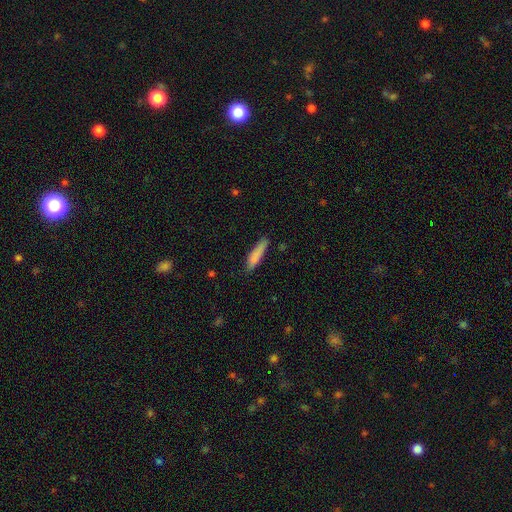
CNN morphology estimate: type=smooth (80%); roundness=cigar-shaped (80%); merging=none (72%).